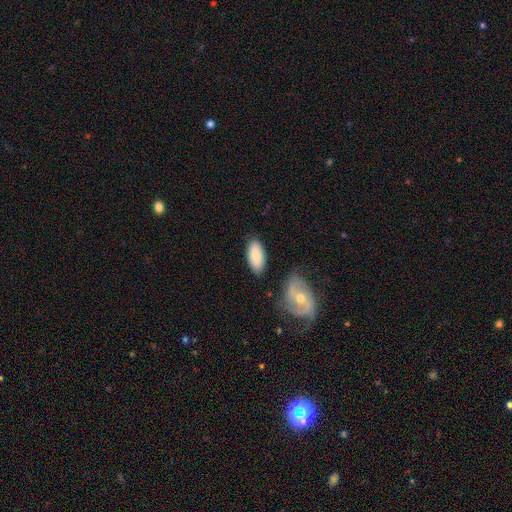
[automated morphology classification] Overall: smooth (80%). How rounded: in between (92%). Merging: none (78%).